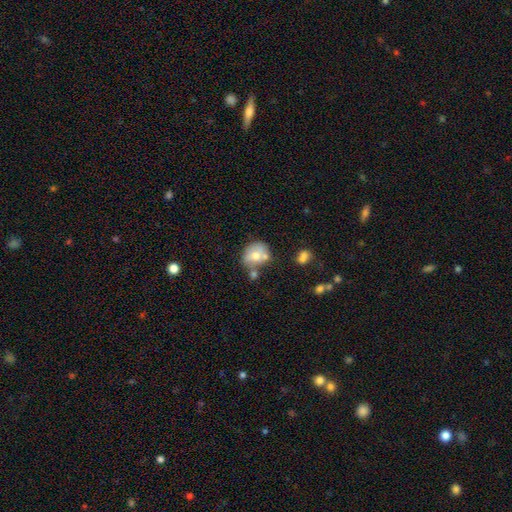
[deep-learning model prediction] A smooth galaxy with no disk features (60%) that is round (58%).

Vote fractions:
- Smooth or featured? smooth: 60% / featured or disk: 31% / star or artifact: 9%
- How rounded? round: 58% / in between: 41% / cigar-shaped: 1%
- Merging? none: 43% / merger: 28% / minor disturbance: 21% / major disturbance: 8%